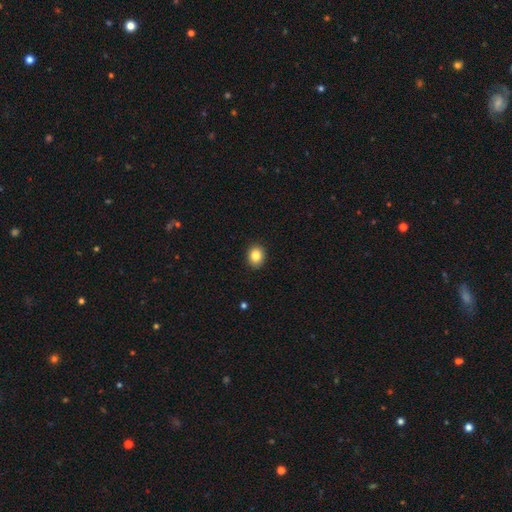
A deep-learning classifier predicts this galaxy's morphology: This is clearly a smooth galaxy (84%). How rounded: possibly round (55%). Merging: clearly none (91%).